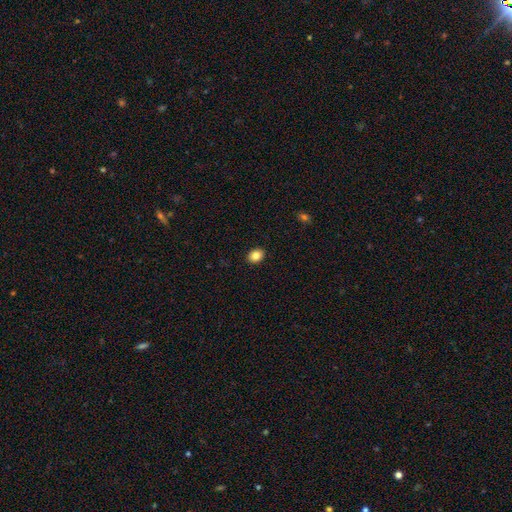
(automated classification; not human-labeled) smooth_or_featured: smooth (p=0.84) [alt: star or artifact p=0.09]
how_rounded: in between (p=0.57) [alt: round p=0.42]
merging: none (p=0.91) [alt: minor disturbance p=0.07]